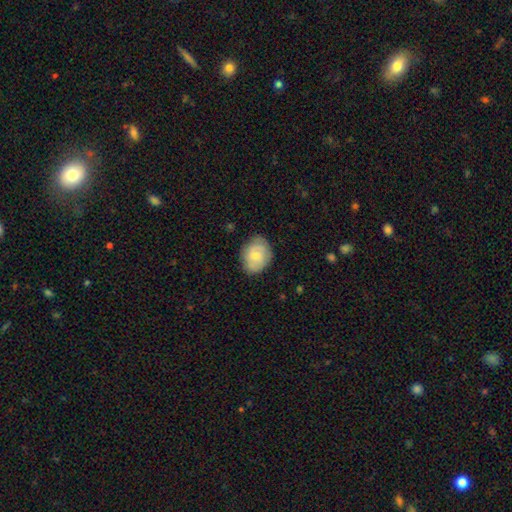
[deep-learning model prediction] Morphology: type=smooth (66%); roundness=in between (64%); merging=none (76%).